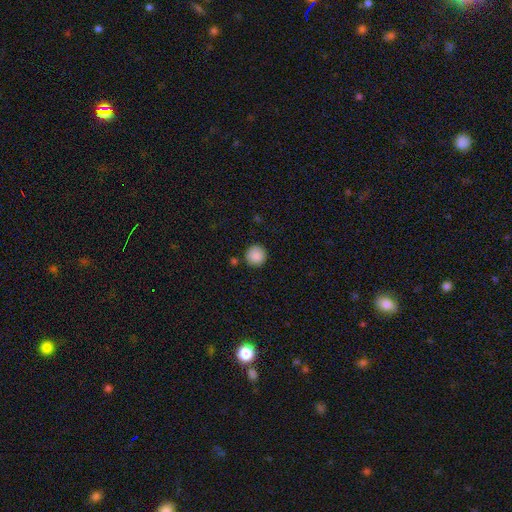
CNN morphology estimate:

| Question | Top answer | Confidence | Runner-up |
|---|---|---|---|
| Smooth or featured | smooth | 89% | star or artifact (8%) |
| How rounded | round | 94% | in between (5%) |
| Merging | none | 88% | minor disturbance (7%) |